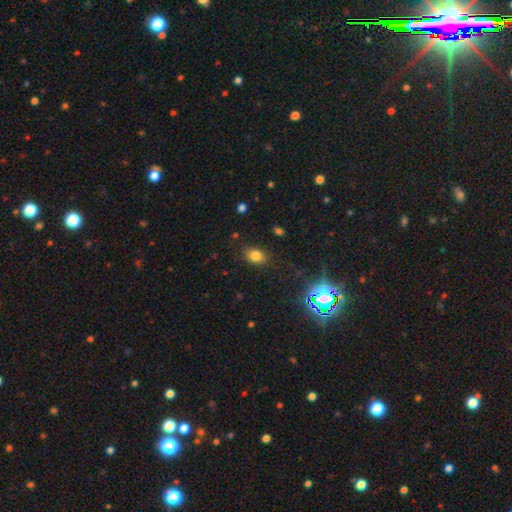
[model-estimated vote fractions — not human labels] Smooth or featured?
  - smooth: 78% *
  - star or artifact: 15%
  - featured or disk: 7%
How rounded?
  - in between: 74% *
  - round: 24%
  - cigar-shaped: 1%
Merging?
  - none: 83% *
  - minor disturbance: 12%
  - major disturbance: 3%
  - merger: 2%